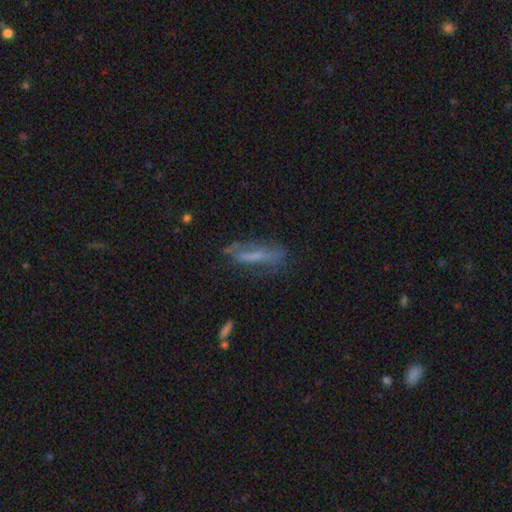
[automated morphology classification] featured or disk 46%, smooth 43%, star or artifact 11%. Down the decision tree: merging — none (57%).